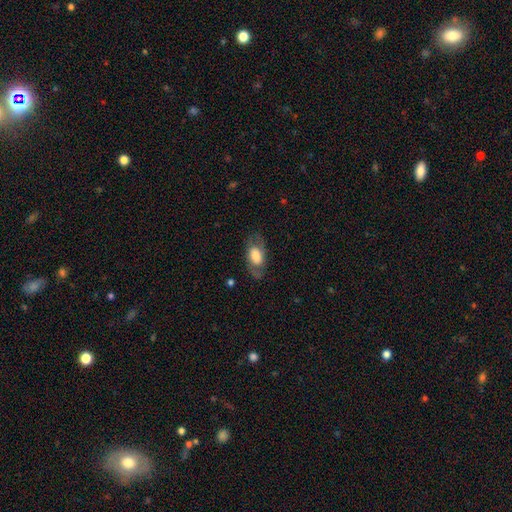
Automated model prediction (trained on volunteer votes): Q: Smooth or featured?
A: smooth (52%); runner-up: featured or disk (41%)
Q: How rounded?
A: in between (88%); runner-up: round (8%)
Q: Merging?
A: none (73%); runner-up: minor disturbance (16%)